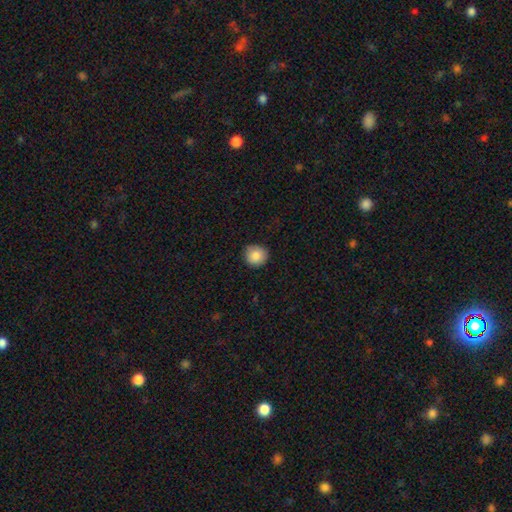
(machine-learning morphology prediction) smooth_or_featured: smooth (p=0.87) [alt: star or artifact p=0.08]
how_rounded: round (p=0.93) [alt: in between p=0.06]
merging: none (p=0.89) [alt: minor disturbance p=0.08]